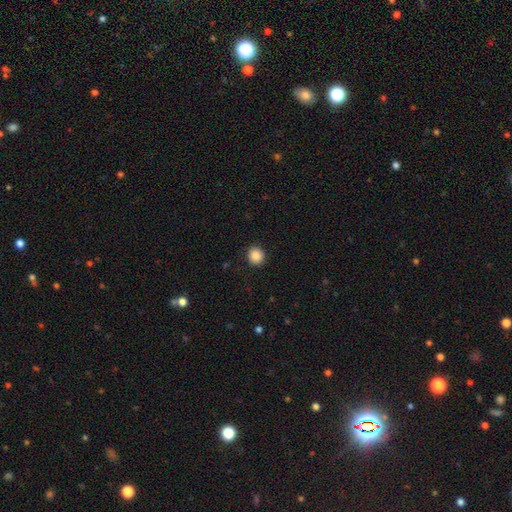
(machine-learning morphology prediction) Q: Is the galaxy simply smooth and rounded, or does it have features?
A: smooth — 88%.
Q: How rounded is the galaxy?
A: round — 88%.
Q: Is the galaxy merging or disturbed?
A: none — 91%.